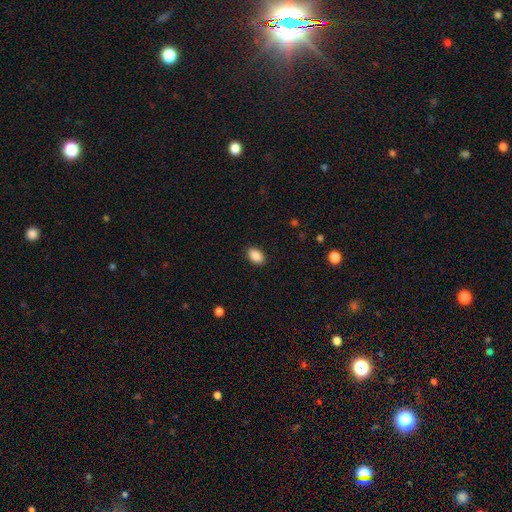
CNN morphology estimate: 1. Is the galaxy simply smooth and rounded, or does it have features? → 89% smooth, 7% star or artifact, 3% featured or disk.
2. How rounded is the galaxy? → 89% in between, 10% round, 1% cigar-shaped.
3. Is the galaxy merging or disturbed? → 89% none, 8% minor disturbance, 2% major disturbance, 1% merger.